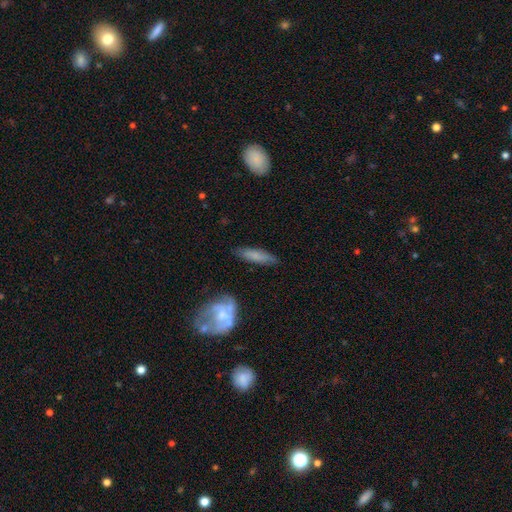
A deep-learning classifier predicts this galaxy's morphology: Overall: smooth (67%). How rounded: cigar-shaped (68%; in between 30%). Merging: none (79%).